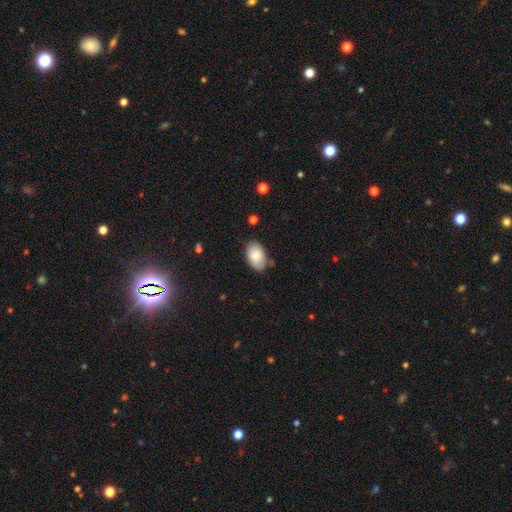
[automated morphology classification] smooth-or-featured: smooth: 82% | featured or disk: 11% | star or artifact: 7%
  how-rounded: in between: 93% | round: 6% | cigar-shaped: 1%
  merging: none: 78% | minor disturbance: 16% | major disturbance: 3% | merger: 3%